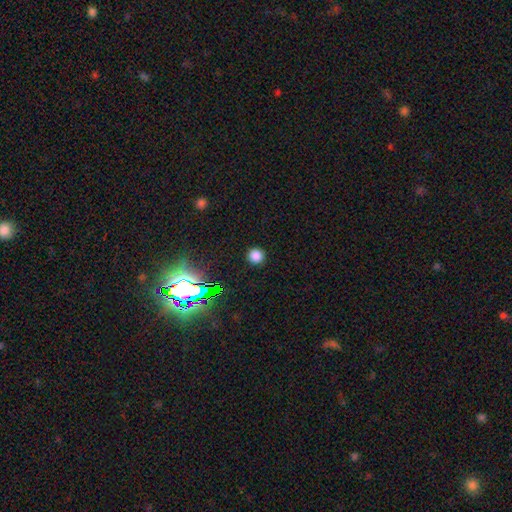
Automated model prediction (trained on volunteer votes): Smooth or featured? Predicted: smooth (p=0.78). How rounded? Predicted: round (p=0.94). Merging? Predicted: none (p=0.91).